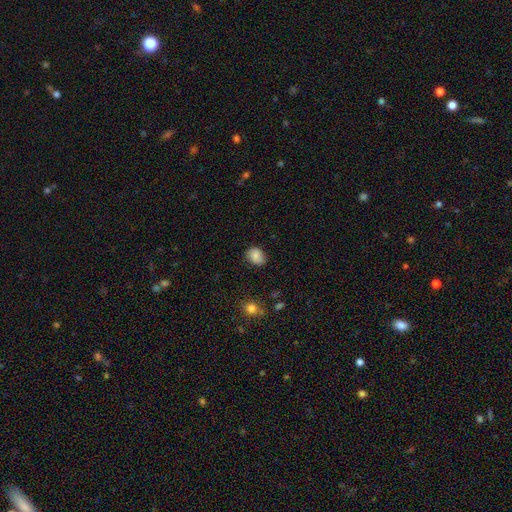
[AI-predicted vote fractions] Morphology: type=smooth (82%); roundness=in between (56%); merging=none (74%).